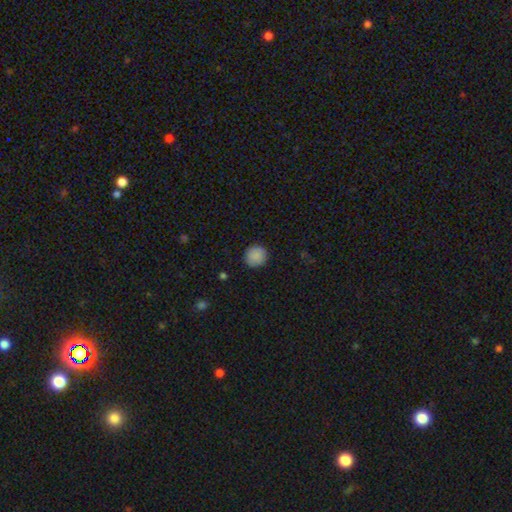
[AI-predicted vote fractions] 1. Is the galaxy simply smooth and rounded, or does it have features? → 88% smooth, 8% star or artifact, 4% featured or disk.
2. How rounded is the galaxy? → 93% round, 6% in between, 1% cigar-shaped.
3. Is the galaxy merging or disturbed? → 90% none, 7% minor disturbance, 2% major disturbance, 1% merger.